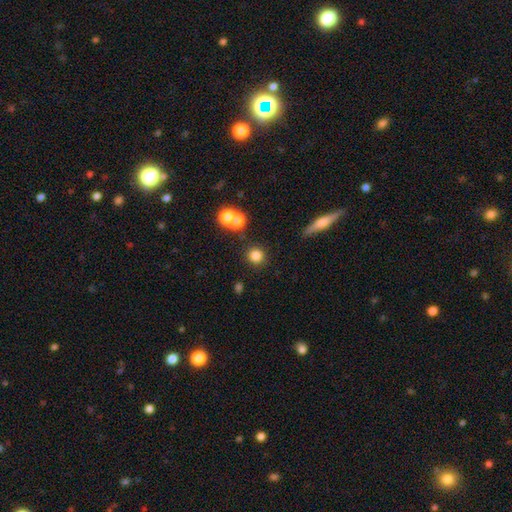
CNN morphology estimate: smooth-or-featured: smooth: 80% | star or artifact: 13% | featured or disk: 7%
  how-rounded: round: 91% | in between: 7% | cigar-shaped: 1%
  merging: none: 83% | minor disturbance: 7% | merger: 6% | major disturbance: 3%